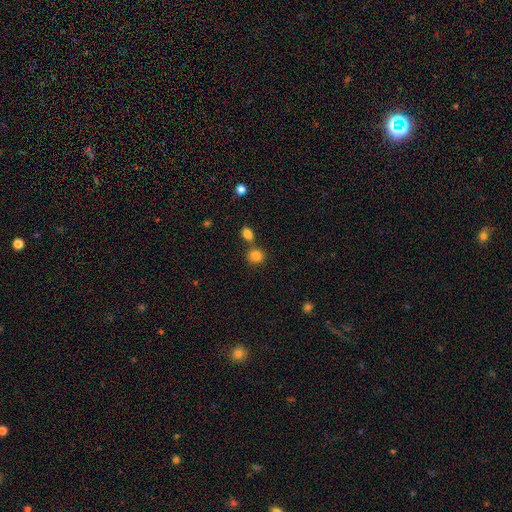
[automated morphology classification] Smooth or featured? smooth (84%)
How rounded? round (76%)
Merging? none (61%)